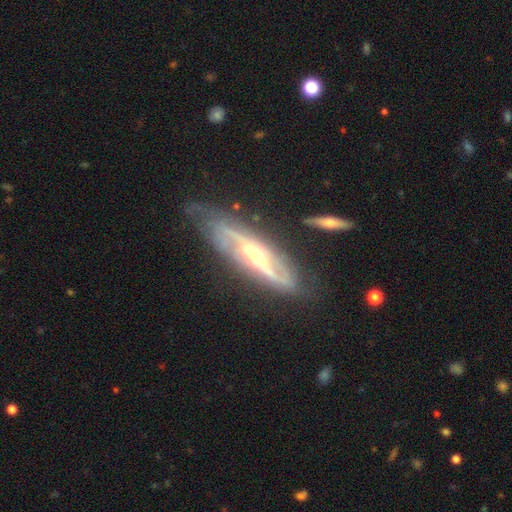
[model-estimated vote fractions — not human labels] The model was most divided on "bar": no: 40%, weak: 36%, strong: 24%. Remaining: spiral arms — yes (90%); smooth or featured — featured or disk (85%); spiral arm count — 2 (71%); edge-on disk — no (68%); bulge size — moderate (67%); merging — none (62%); spiral winding — medium (43%).